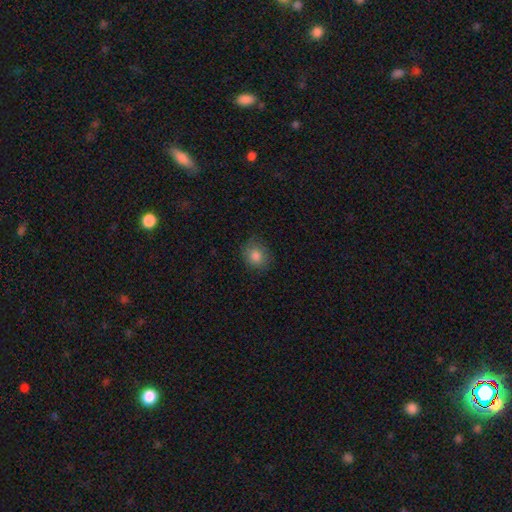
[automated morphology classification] Smooth or featured? Predicted: smooth (p=0.84). How rounded? Predicted: round (p=0.70). Merging? Predicted: none (p=0.77).